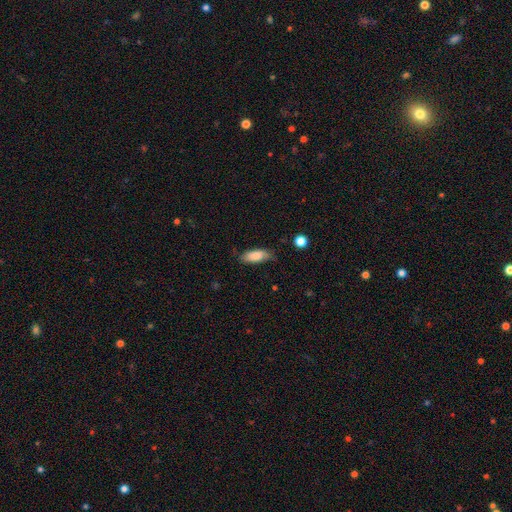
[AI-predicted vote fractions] Q: Smooth or featured?
A: smooth (81%); runner-up: featured or disk (12%)
Q: How rounded?
A: in between (78%); runner-up: cigar-shaped (20%)
Q: Merging?
A: none (70%); runner-up: minor disturbance (23%)